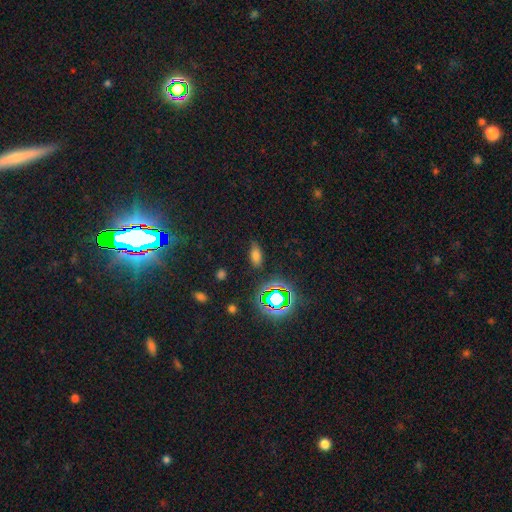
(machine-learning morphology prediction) Smooth or featured: smooth — 68% (star or artifact — 23%)
How rounded: in between — 84% (cigar-shaped — 10%)
Merging: none — 81% (minor disturbance — 13%)